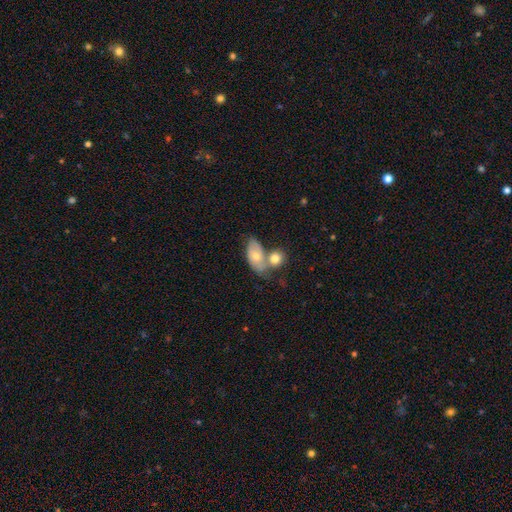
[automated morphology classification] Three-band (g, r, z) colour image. It shows a smooth galaxy with no disk features (65%) that is in between round and cigar-shaped (88%). Merging: merger (50%).